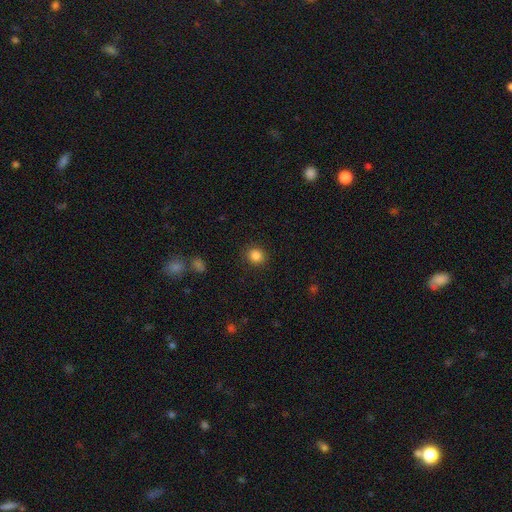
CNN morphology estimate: Overall: smooth (85%). How rounded: round (86%). Merging: none (91%).